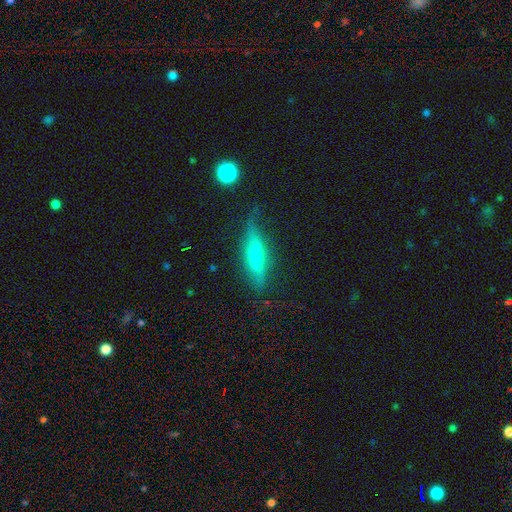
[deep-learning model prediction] This appears to be a smooth galaxy with no disk features (46%). Merging: none (68%).